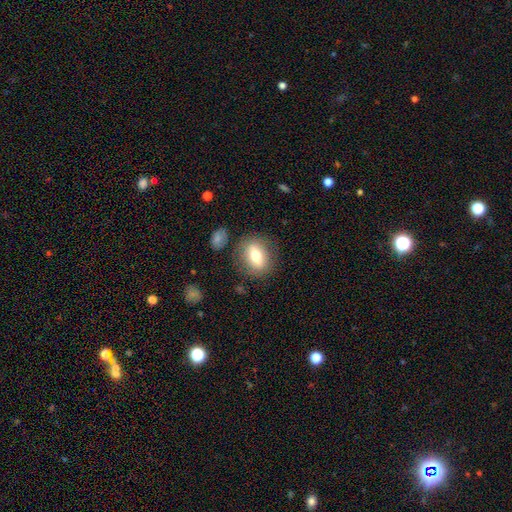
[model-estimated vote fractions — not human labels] Smooth or featured? smooth (67%)
How rounded? in between (60%)
Merging? none (82%)